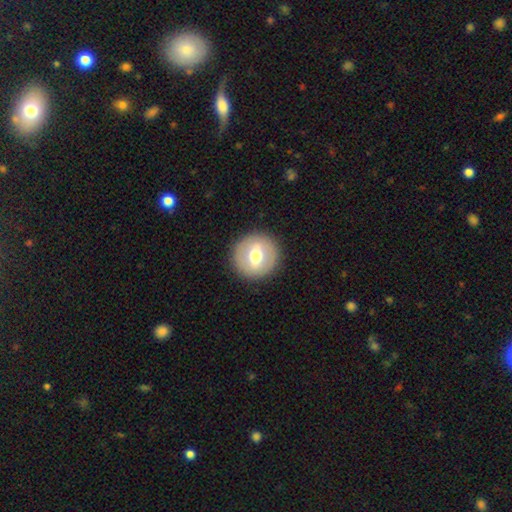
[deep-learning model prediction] This is possibly a smooth galaxy (52%). How rounded: clearly round (92%). Merging: clearly none (90%).